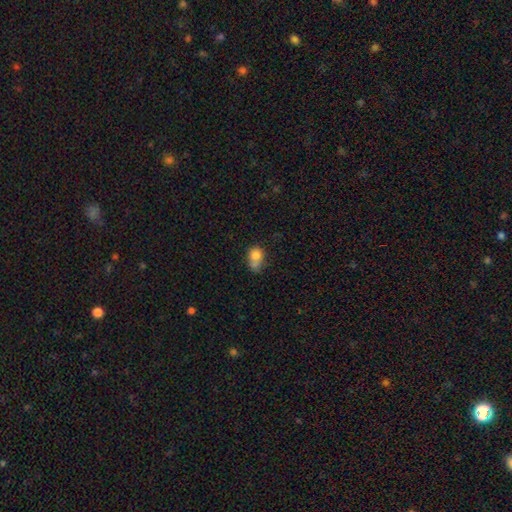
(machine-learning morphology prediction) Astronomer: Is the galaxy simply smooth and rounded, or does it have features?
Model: smooth — 77%.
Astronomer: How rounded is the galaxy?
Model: round — 52% (runner-up: in between, 46%).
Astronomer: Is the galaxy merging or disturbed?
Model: merger — 35% (runner-up: none, 31%).